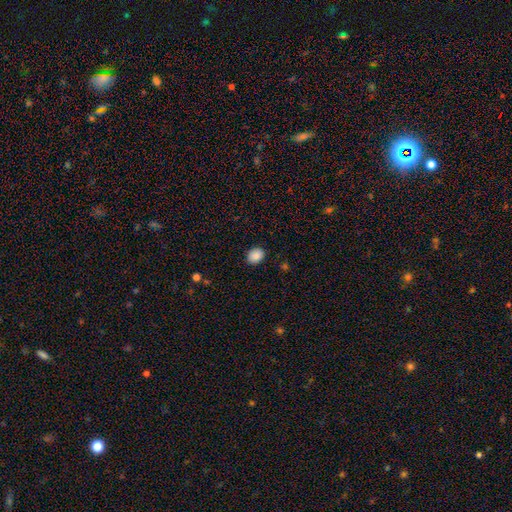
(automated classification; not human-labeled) Overall: smooth (88%). How rounded: in between (53%; round 46%). Merging: none (89%).